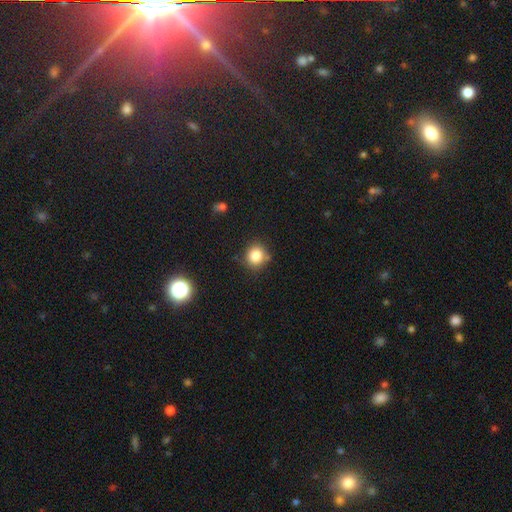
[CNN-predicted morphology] Smooth or featured? Predicted: smooth (p=0.83). How rounded? Predicted: round (p=0.87). Merging? Predicted: none (p=0.80).